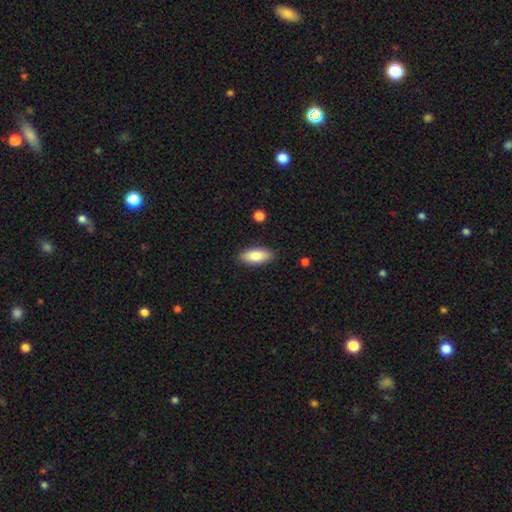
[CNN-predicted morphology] Smooth or featured: smooth — 84% (featured or disk — 10%)
How rounded: in between — 82% (cigar-shaped — 16%)
Merging: none — 88% (minor disturbance — 9%)